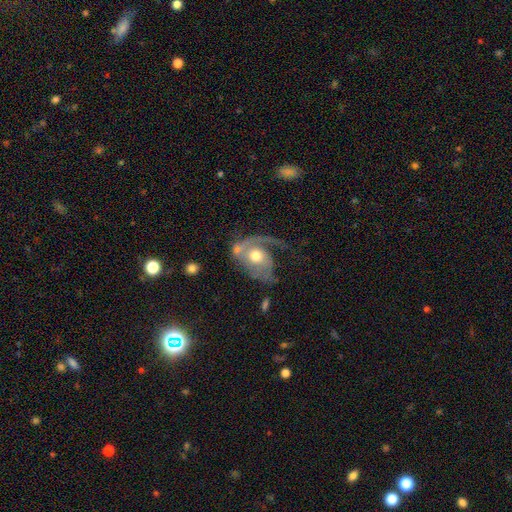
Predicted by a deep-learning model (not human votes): A featured or disk galaxy (74%) with no bar (77%), 1 (63%) loose (40%) spiral arms (84%) and a moderate central bulge (72%). Merging: major disturbance (40%).